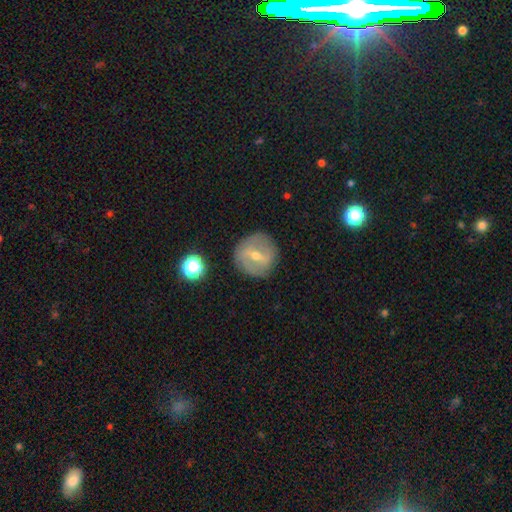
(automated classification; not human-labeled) Smooth or featured? featured or disk (62%)
Edge-on disk? no (93%)
Bar? weak (45%)
Spiral arms? yes (56%)
Bulge size? small (50%)
Merging? none (84%)